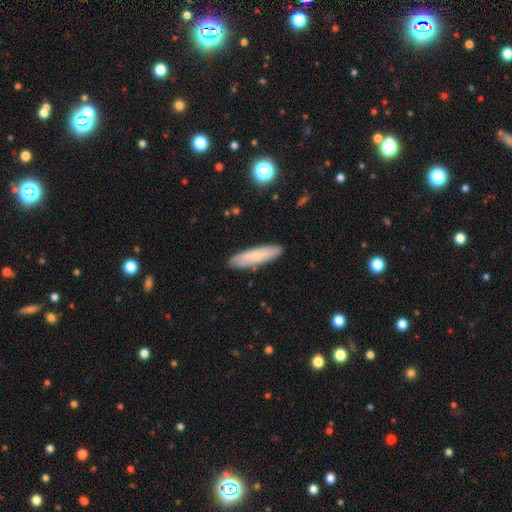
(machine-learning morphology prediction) A smooth galaxy with no disk features (67%) that is cigar-shaped (73%). Merging: none (86%).